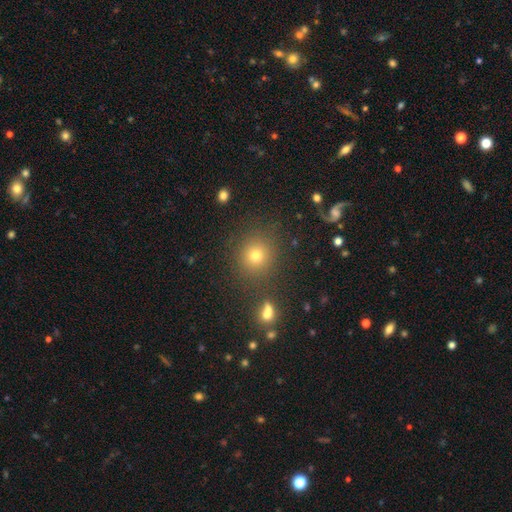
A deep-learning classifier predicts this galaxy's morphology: smooth_or_featured: smooth (p=0.72) [alt: star or artifact p=0.18]
how_rounded: round (p=0.89) [alt: in between p=0.10]
merging: none (p=0.84) [alt: minor disturbance p=0.08]